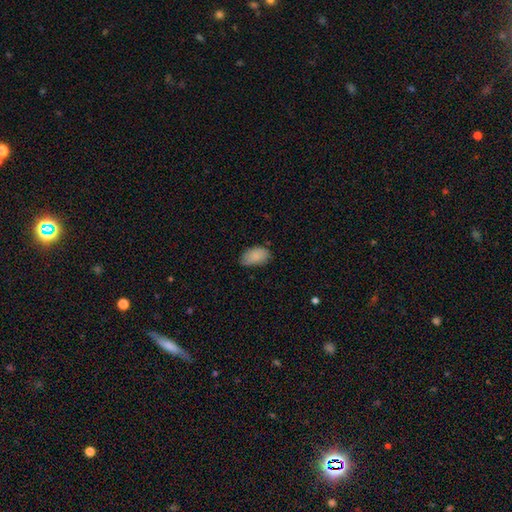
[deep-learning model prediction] Smooth or featured: smooth — 87% (star or artifact — 7%)
How rounded: in between — 93% (round — 5%)
Merging: none — 66% (minor disturbance — 27%)